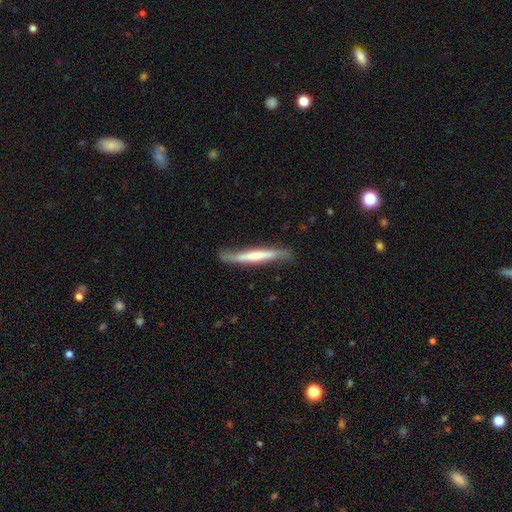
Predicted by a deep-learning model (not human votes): featured or disk 48%, smooth 47%, star or artifact 5%. Down the decision tree: merging — none (72%).